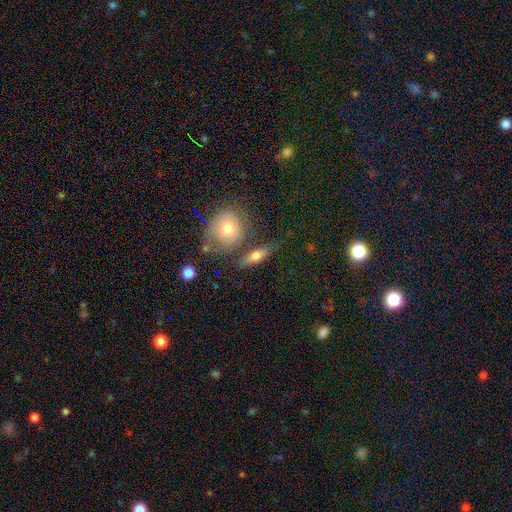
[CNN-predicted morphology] Smooth or featured? Predicted: smooth (p=0.54). How rounded? Predicted: in between (p=0.47). Merging? Predicted: none (p=0.69).